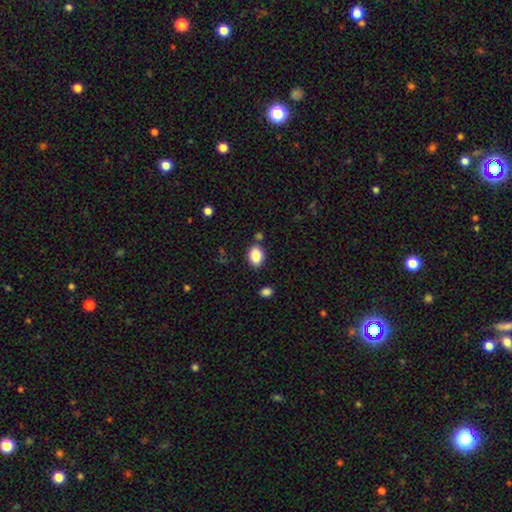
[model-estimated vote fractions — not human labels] smooth-or-featured: smooth: 86% | star or artifact: 8% | featured or disk: 5%
  how-rounded: in between: 78% | round: 21% | cigar-shaped: 1%
  merging: none: 80% | minor disturbance: 12% | merger: 5% | major disturbance: 3%